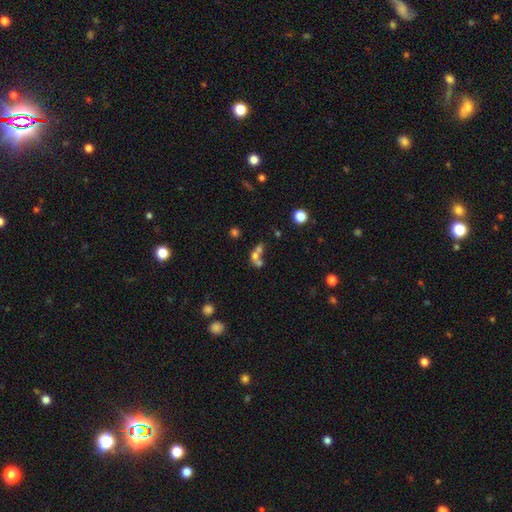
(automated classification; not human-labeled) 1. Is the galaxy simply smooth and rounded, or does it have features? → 57% smooth, 25% featured or disk, 18% star or artifact.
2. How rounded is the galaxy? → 63% round, 35% in between, 2% cigar-shaped.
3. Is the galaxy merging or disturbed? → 61% merger, 27% none, 7% minor disturbance, 6% major disturbance.